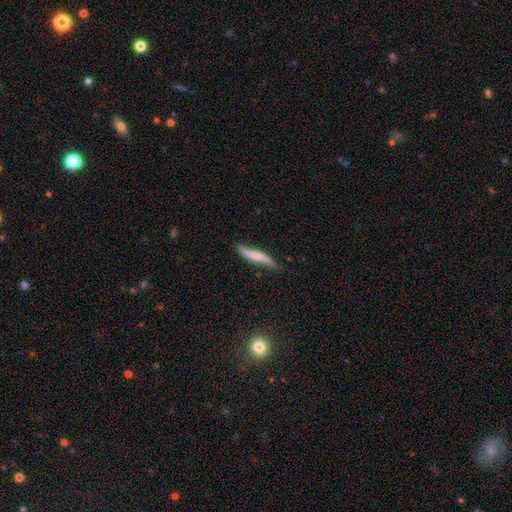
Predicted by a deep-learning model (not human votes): The model was most divided on "smooth or featured": featured or disk: 52%, smooth: 43%, star or artifact: 6%. More confident: merging — none (66%); edge-on disk — yes (55%).